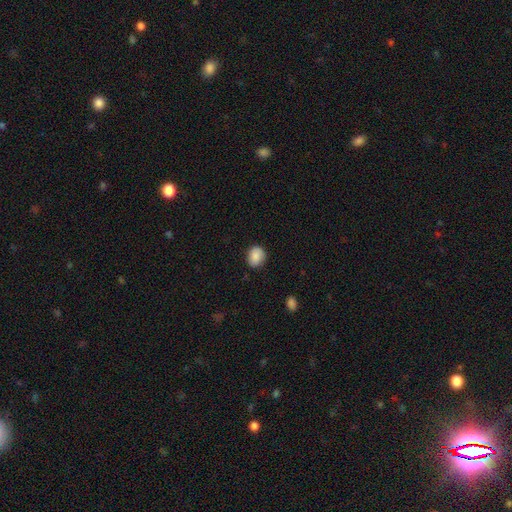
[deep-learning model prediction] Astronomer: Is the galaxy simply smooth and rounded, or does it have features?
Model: smooth — 86%.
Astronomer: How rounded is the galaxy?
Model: round — 62% (runner-up: in between, 37%).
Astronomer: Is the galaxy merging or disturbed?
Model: none — 83%.